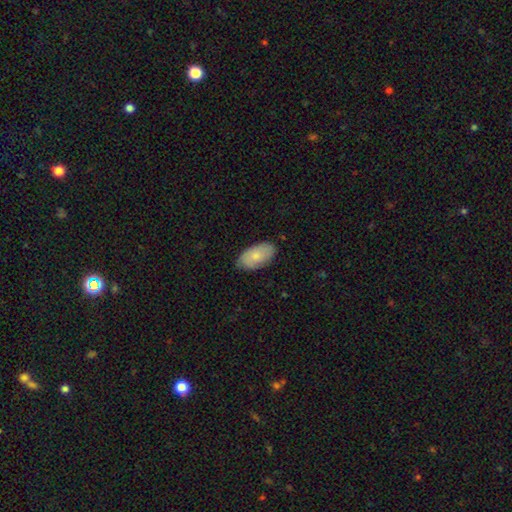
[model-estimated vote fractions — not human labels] A smooth galaxy with no disk features (71%) that is in between round and cigar-shaped (94%). Merging: none (77%).